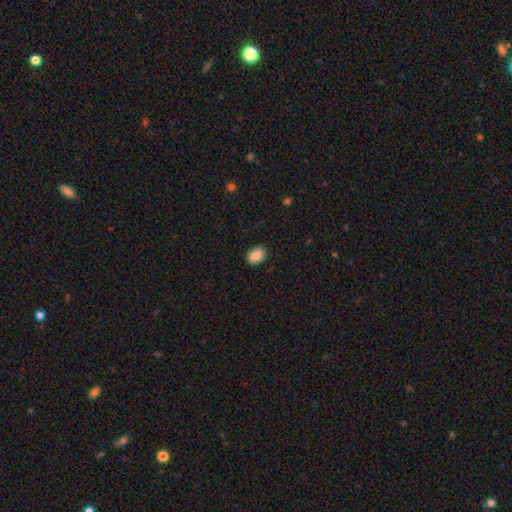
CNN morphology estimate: smooth_or_featured: smooth (p=0.84) [alt: featured or disk p=0.08]
how_rounded: in between (p=0.73) [alt: round p=0.26]
merging: none (p=0.88) [alt: minor disturbance p=0.09]